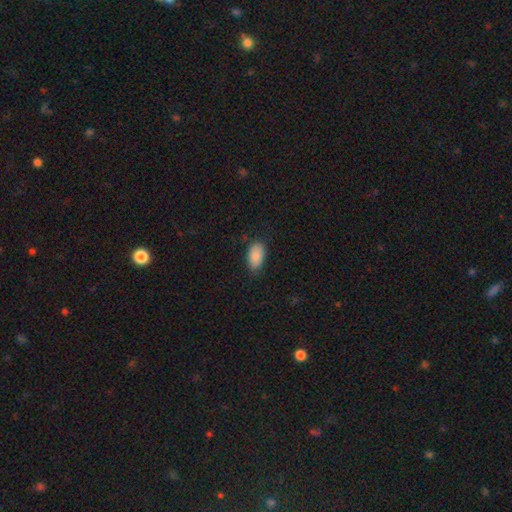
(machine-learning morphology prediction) smooth_or_featured: smooth (p=0.89) [alt: star or artifact p=0.07]
how_rounded: in between (p=0.94) [alt: round p=0.04]
merging: none (p=0.79) [alt: minor disturbance p=0.17]